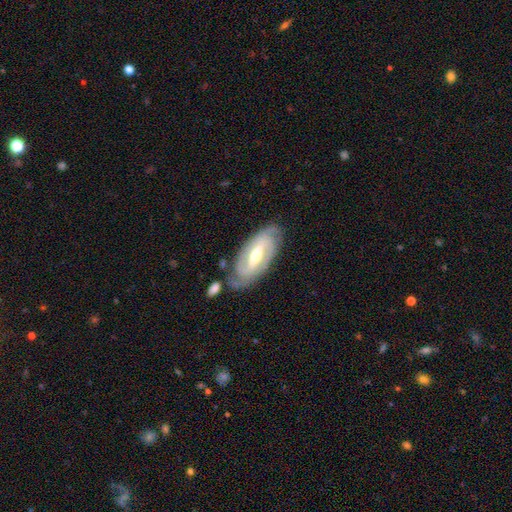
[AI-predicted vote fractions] Q: Smooth or featured?
A: featured or disk (81%); runner-up: smooth (14%)
Q: Edge-on disk?
A: no (91%); runner-up: yes (9%)
Q: Bar?
A: strong (53%); runner-up: weak (36%)
Q: Spiral arms?
A: yes (91%); runner-up: no (9%)
Q: Spiral winding?
A: tight (54%); runner-up: medium (35%)
Q: Spiral arm count?
A: 2 (67%); runner-up: can't tell (18%)
Q: Bulge size?
A: moderate (65%); runner-up: small (28%)
Q: Merging?
A: none (73%); runner-up: minor disturbance (17%)